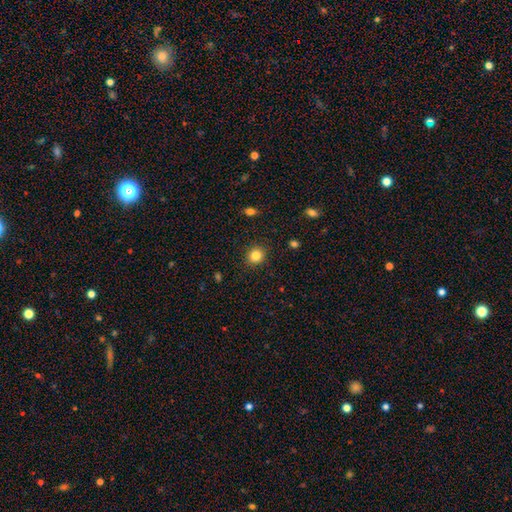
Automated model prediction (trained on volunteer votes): Morphology: type=smooth (84%); roundness=round (83%); merging=none (90%).